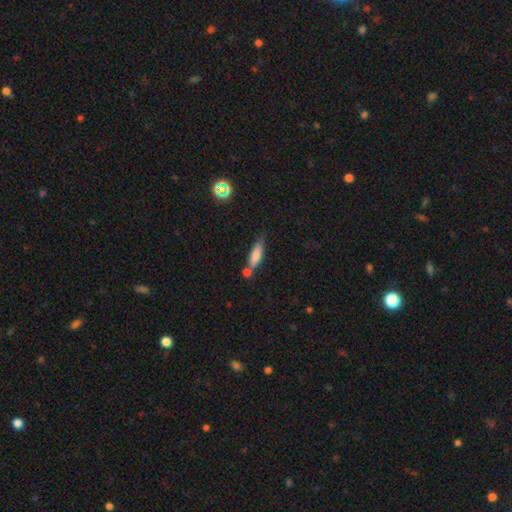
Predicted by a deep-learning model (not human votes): Smooth or featured?
  - smooth: 72% *
  - featured or disk: 20%
  - star or artifact: 8%
How rounded?
  - cigar-shaped: 58% *
  - in between: 40%
  - round: 2%
Merging?
  - none: 47% *
  - merger: 26%
  - minor disturbance: 21%
  - major disturbance: 6%